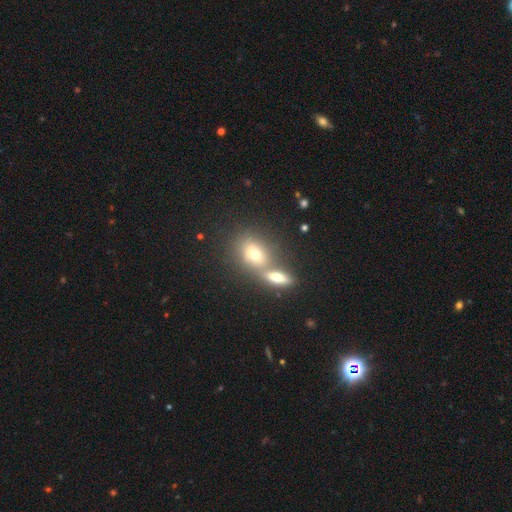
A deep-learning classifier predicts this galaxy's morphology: smooth-or-featured: smooth: 62% | featured or disk: 23% | star or artifact: 14%
  how-rounded: in between: 60% | round: 34% | cigar-shaped: 6%
  merging: merger: 53% | none: 37% | minor disturbance: 7% | major disturbance: 3%